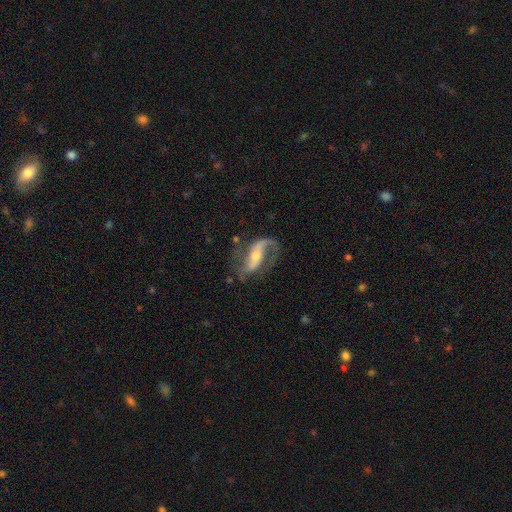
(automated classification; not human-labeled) This appears to be a featured or disk galaxy (86%) with a strong bar (42%), 2 (74%) loose (52%) spiral arms (95%) and a small central bulge (50%). Merging: none (60%).